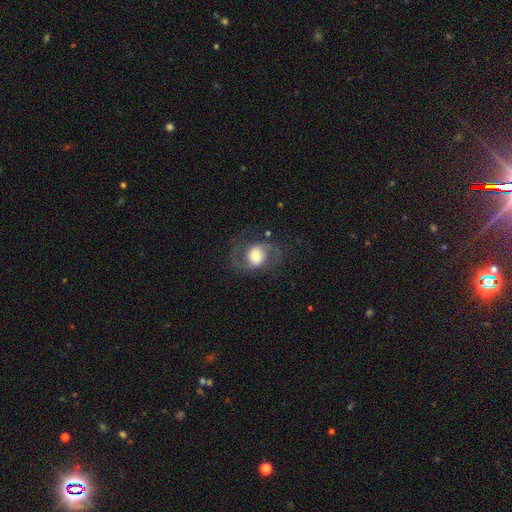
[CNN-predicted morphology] Smooth or featured?
  - featured or disk: 61% *
  - smooth: 31%
  - star or artifact: 8%
Edge-on disk?
  - no: 97% *
  - yes: 3%
Bar?
  - no: 60% *
  - weak: 31%
  - strong: 9%
Spiral arms?
  - yes: 85% *
  - no: 15%
Bulge size?
  - moderate: 39% *
  - large: 36%
  - small: 12%
  - dominant: 11%
  - none: 2%
Merging?
  - none: 66% *
  - minor disturbance: 16%
  - major disturbance: 16%
  - merger: 2%